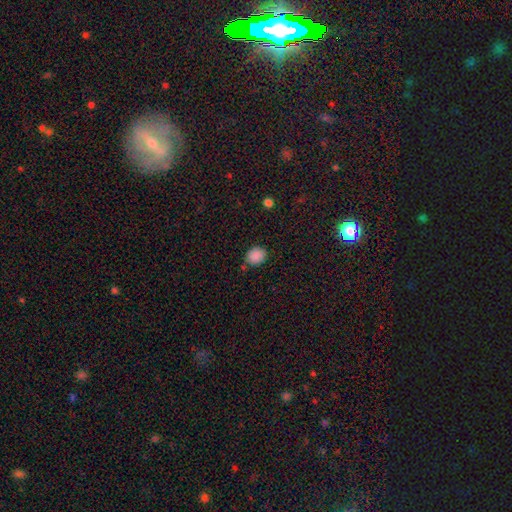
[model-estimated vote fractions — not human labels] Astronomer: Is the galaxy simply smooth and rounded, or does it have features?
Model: smooth — 88%.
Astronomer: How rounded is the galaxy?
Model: round — 58% (runner-up: in between, 41%).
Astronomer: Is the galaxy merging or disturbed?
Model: none — 78%.